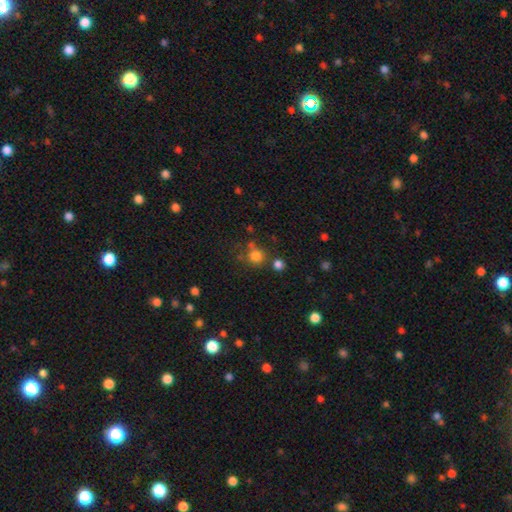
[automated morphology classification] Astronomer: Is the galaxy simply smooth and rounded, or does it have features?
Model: smooth — 78%.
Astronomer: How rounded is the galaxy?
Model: round — 85%.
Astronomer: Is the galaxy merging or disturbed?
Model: none — 62%.